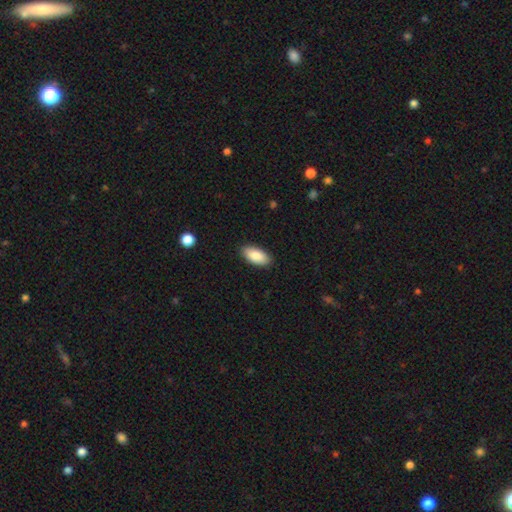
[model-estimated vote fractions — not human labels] A smooth galaxy with no disk features (87%) that is in between round and cigar-shaped (92%). Merging: none (89%).